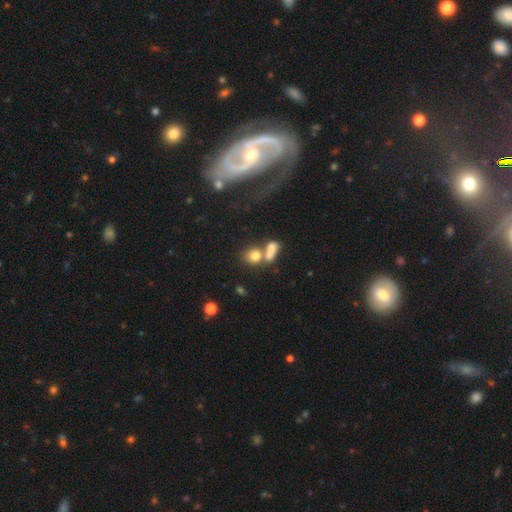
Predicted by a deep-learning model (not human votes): A smooth galaxy with no disk features (64%) that is round (65%).

Vote fractions:
- Smooth or featured? smooth: 64% / featured or disk: 21% / star or artifact: 15%
- How rounded? round: 65% / in between: 30% / cigar-shaped: 5%
- Merging? none: 45% / merger: 35% / minor disturbance: 11% / major disturbance: 9%